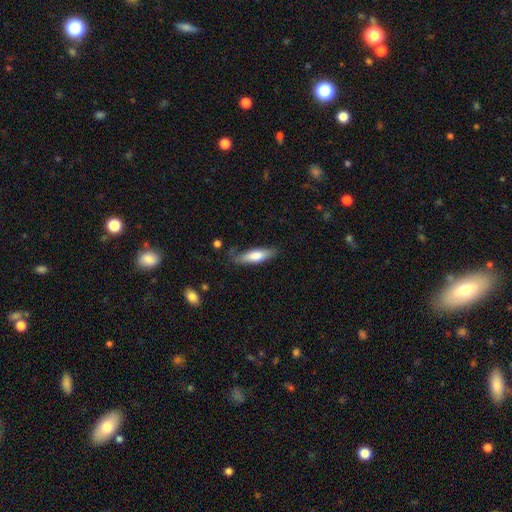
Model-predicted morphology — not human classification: smooth-or-featured: smooth: 72% | featured or disk: 23% | star or artifact: 6%
  how-rounded: cigar-shaped: 57% | in between: 41% | round: 2%
  merging: none: 69% | minor disturbance: 22% | major disturbance: 6% | merger: 3%